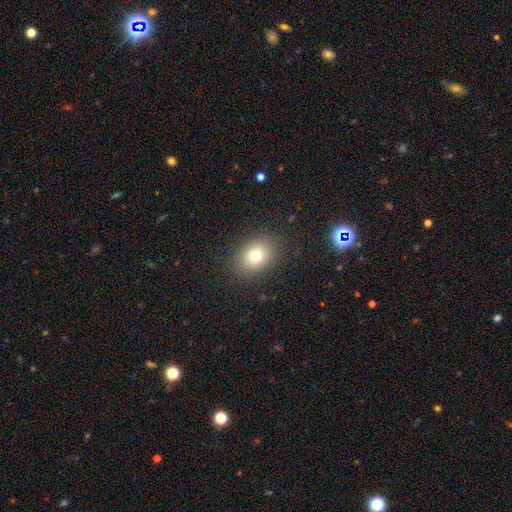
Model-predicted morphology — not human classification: smooth-or-featured: smooth: 76% | star or artifact: 14% | featured or disk: 11%
  how-rounded: round: 53% | in between: 46% | cigar-shaped: 1%
  merging: none: 87% | minor disturbance: 8% | major disturbance: 4% | merger: 1%